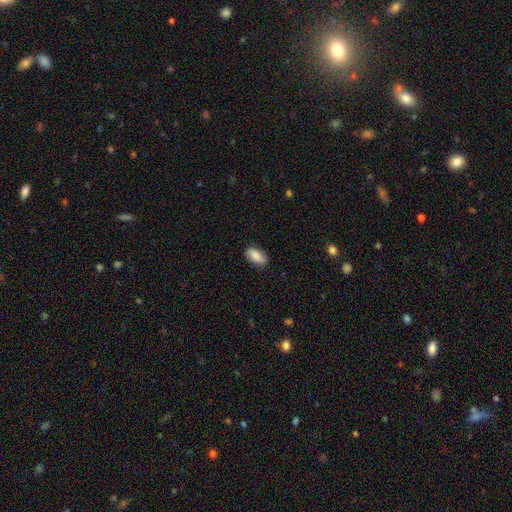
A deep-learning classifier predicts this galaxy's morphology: Smooth or featured: smooth — 81% (featured or disk — 13%)
How rounded: in between — 92% (cigar-shaped — 4%)
Merging: none — 84% (minor disturbance — 13%)